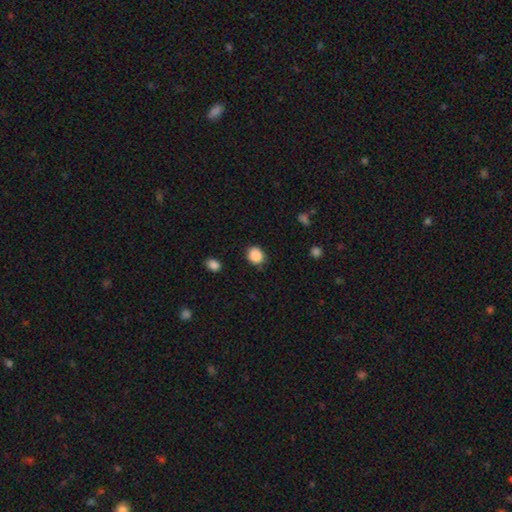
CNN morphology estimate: Smooth or featured? Predicted: smooth (p=0.88). How rounded? Predicted: round (p=0.74). Merging? Predicted: none (p=0.83).